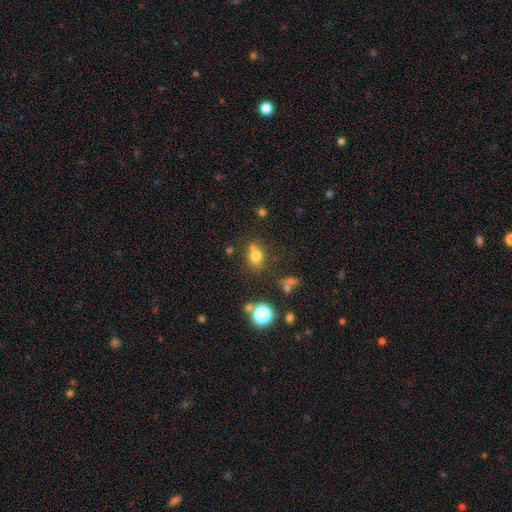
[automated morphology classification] Smooth or featured? Predicted: smooth (p=0.73). How rounded? Predicted: round (p=0.57). Merging? Predicted: none (p=0.61).